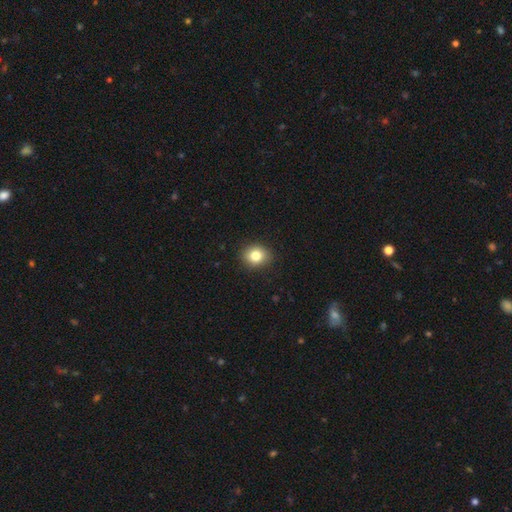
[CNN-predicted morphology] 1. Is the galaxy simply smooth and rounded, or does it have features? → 82% smooth, 10% star or artifact, 7% featured or disk.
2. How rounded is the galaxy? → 71% round, 28% in between, 1% cigar-shaped.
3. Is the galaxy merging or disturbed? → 89% none, 8% minor disturbance, 2% major disturbance, 1% merger.